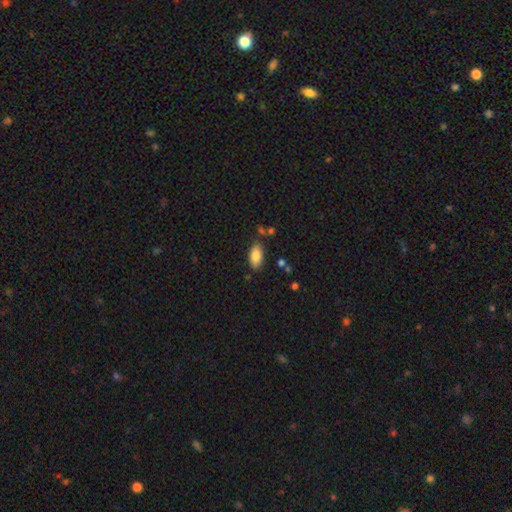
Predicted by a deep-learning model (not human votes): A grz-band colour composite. It shows a smooth galaxy with no disk features (85%) that is in between round and cigar-shaped (91%). Merging: none (80%).